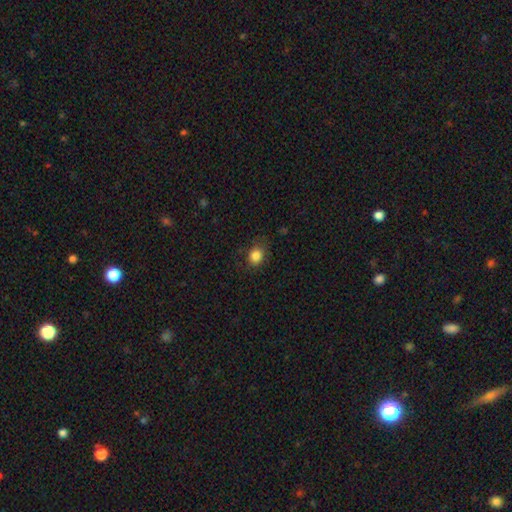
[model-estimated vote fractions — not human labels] Overall: smooth (84%). How rounded: round (63%; in between 36%). Merging: none (77%).